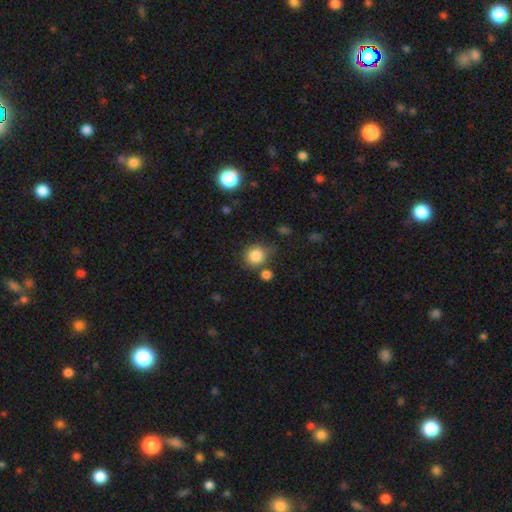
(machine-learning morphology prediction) Q: Smooth or featured?
A: smooth (84%); runner-up: star or artifact (10%)
Q: How rounded?
A: round (83%); runner-up: in between (16%)
Q: Merging?
A: none (71%); runner-up: minor disturbance (15%)